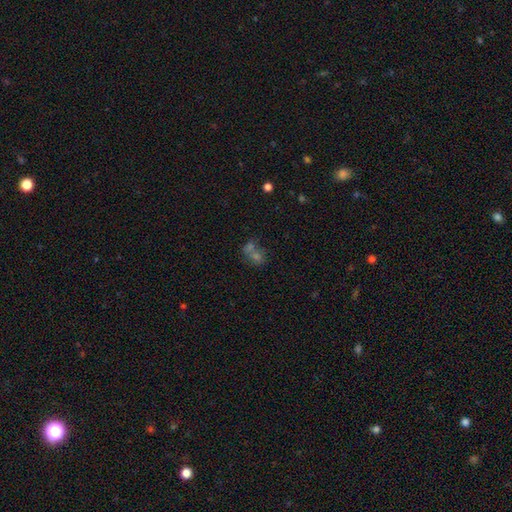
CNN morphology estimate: smooth 52%, star or artifact 29%, featured or disk 19%. Down the decision tree: how rounded — round (58%); merging — merger (50%).